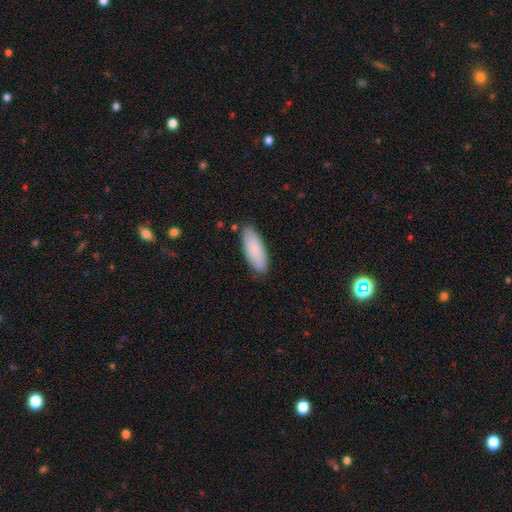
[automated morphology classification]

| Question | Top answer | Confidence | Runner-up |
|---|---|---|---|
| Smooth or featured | smooth | 87% | featured or disk (8%) |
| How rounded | in between | 71% | cigar-shaped (28%) |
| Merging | none | 86% | minor disturbance (11%) |